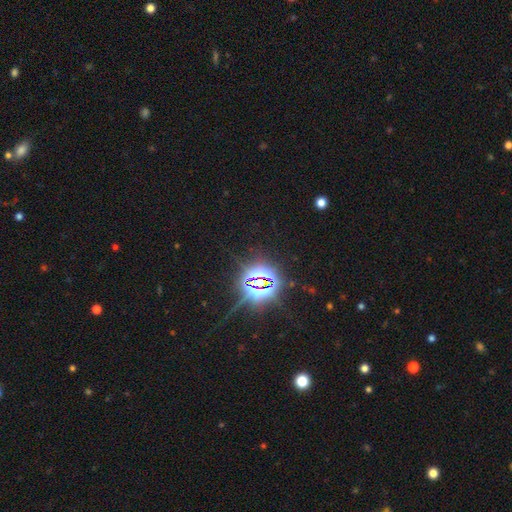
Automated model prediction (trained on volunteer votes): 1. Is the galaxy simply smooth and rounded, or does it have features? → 86% star or artifact, 8% smooth, 6% featured or disk.